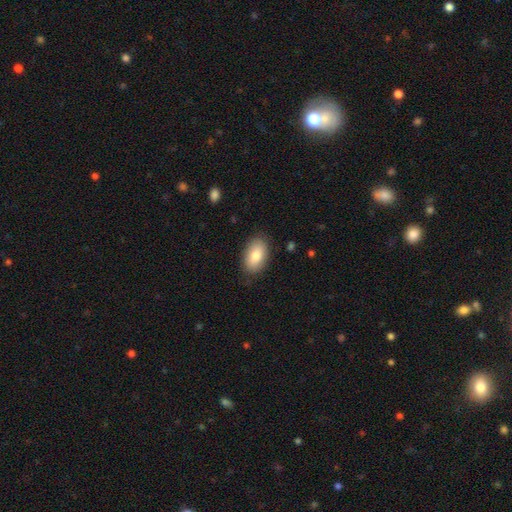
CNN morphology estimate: Smooth or featured: smooth — 82% (featured or disk — 12%)
How rounded: in between — 92% (round — 6%)
Merging: none — 84% (minor disturbance — 12%)